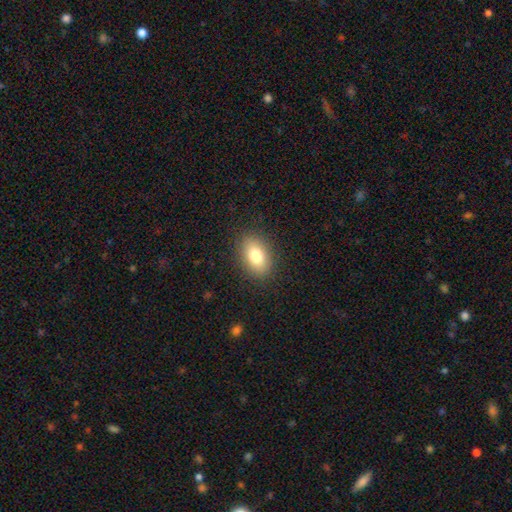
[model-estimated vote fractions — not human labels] Smooth or featured?
  - smooth: 80% *
  - featured or disk: 11%
  - star or artifact: 9%
How rounded?
  - in between: 86% *
  - round: 13%
  - cigar-shaped: 2%
Merging?
  - none: 88% *
  - minor disturbance: 9%
  - major disturbance: 3%
  - merger: 1%